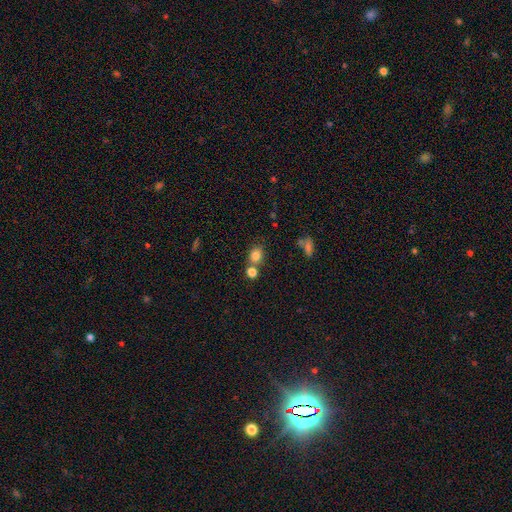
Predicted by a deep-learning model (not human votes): Smooth or featured? smooth (81%)
How rounded? round (65%)
Merging? none (59%)